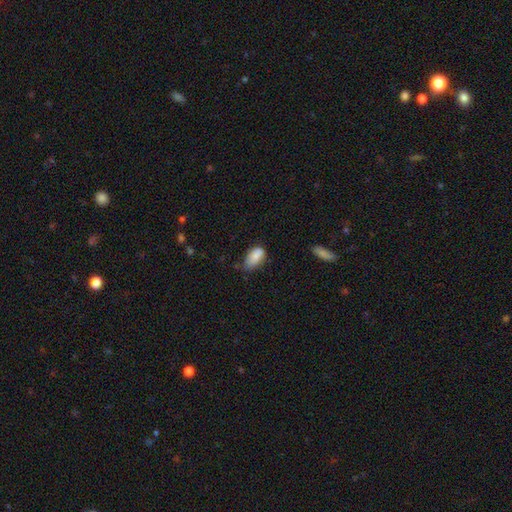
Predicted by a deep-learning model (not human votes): The model was most divided on "merging": none: 47%, minor disturbance: 40%, major disturbance: 9%, merger: 4%. More confident: how rounded — in between (93%); smooth or featured — smooth (83%).